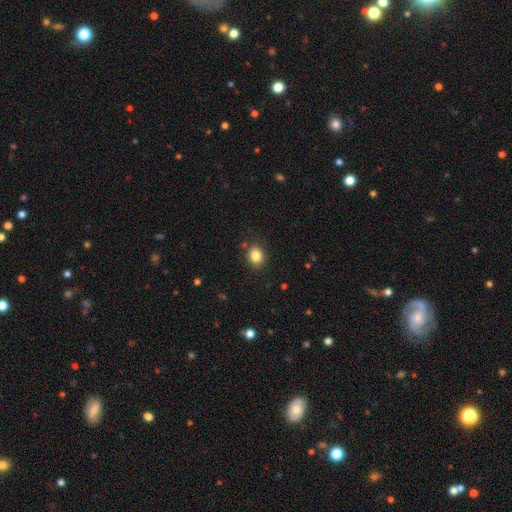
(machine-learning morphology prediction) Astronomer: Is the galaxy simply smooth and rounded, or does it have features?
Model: smooth — 84%.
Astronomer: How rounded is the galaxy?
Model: round — 64%.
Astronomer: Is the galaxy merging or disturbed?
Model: none — 85%.